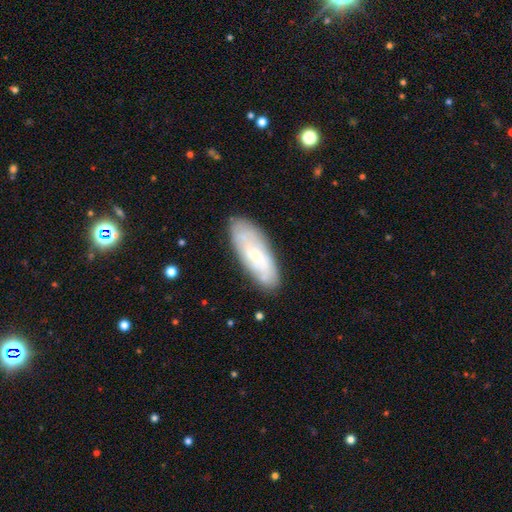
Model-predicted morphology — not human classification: This is possibly a featured or disk galaxy (48%). Merging: clearly none (80%).